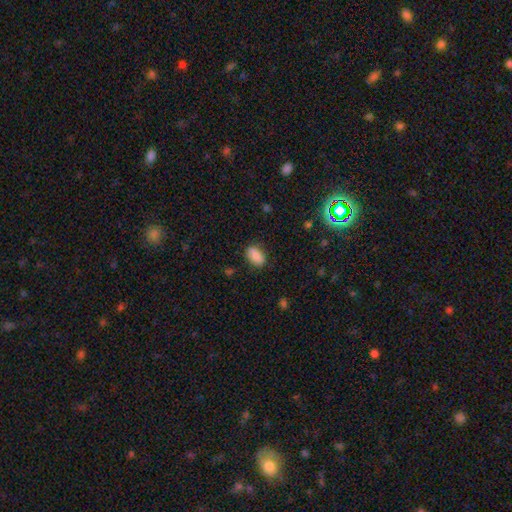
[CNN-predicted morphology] A smooth galaxy with no disk features (86%) that is in between round and cigar-shaped (90%). Merging: none (81%).